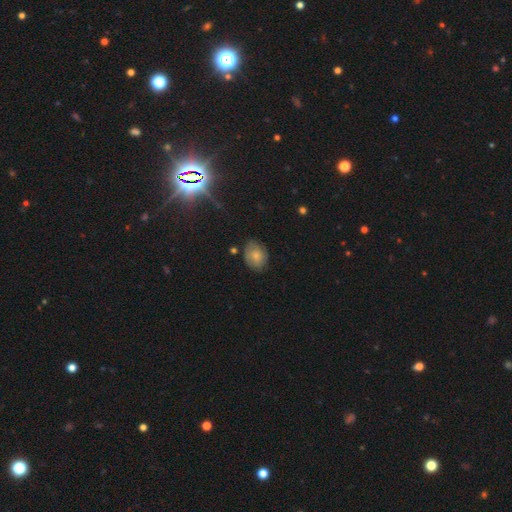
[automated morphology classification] Smooth or featured? Predicted: smooth (p=0.69). How rounded? Predicted: in between (p=0.62). Merging? Predicted: none (p=0.73).